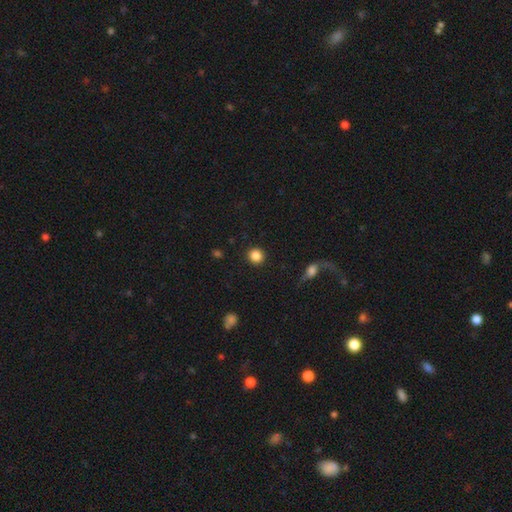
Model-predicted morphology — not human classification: type=smooth (86%); roundness=round (93%); merging=none (92%).